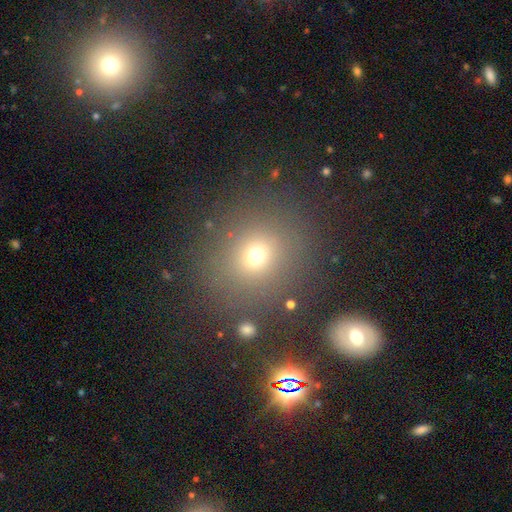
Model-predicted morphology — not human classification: Smooth or featured?
  - smooth: 68% *
  - star or artifact: 22%
  - featured or disk: 10%
How rounded?
  - round: 81% *
  - in between: 18%
  - cigar-shaped: 1%
Merging?
  - none: 83% *
  - minor disturbance: 9%
  - major disturbance: 5%
  - merger: 3%